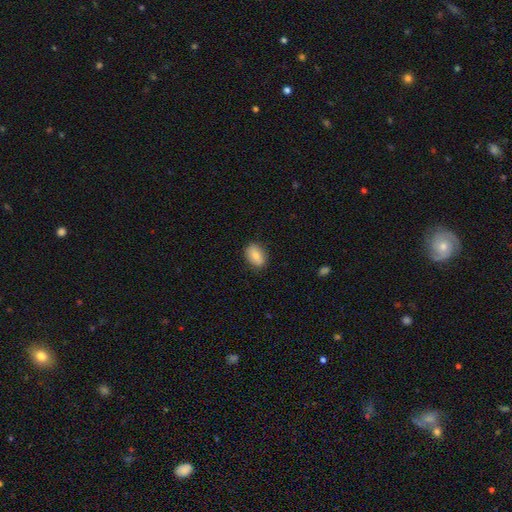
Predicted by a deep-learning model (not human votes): Smooth or featured? smooth (80%)
How rounded? in between (82%)
Merging? none (84%)